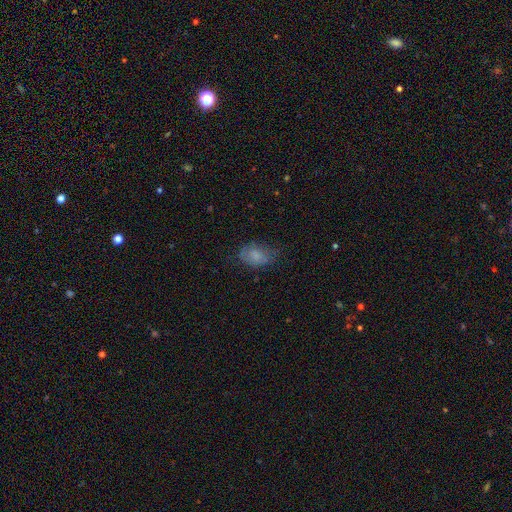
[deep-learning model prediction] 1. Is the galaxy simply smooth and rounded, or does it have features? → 75% smooth, 15% featured or disk, 10% star or artifact.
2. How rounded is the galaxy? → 86% in between, 13% round, 2% cigar-shaped.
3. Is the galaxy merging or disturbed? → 57% none, 28% minor disturbance, 13% major disturbance, 2% merger.